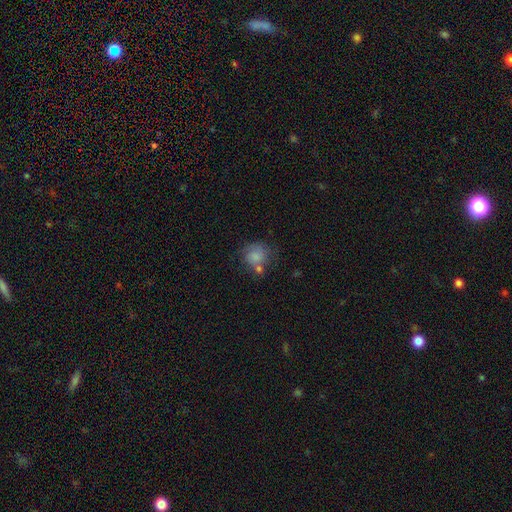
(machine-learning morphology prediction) The model was most divided on "merging": none: 45%, merger: 23%, minor disturbance: 21%, major disturbance: 11%. More confident: how rounded — round (77%); smooth or featured — smooth (75%).